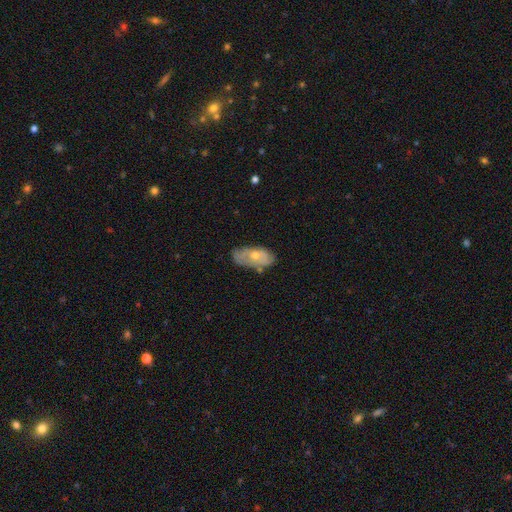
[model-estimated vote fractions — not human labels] This is possibly a featured or disk galaxy (49%). Merging: likely none (66%).